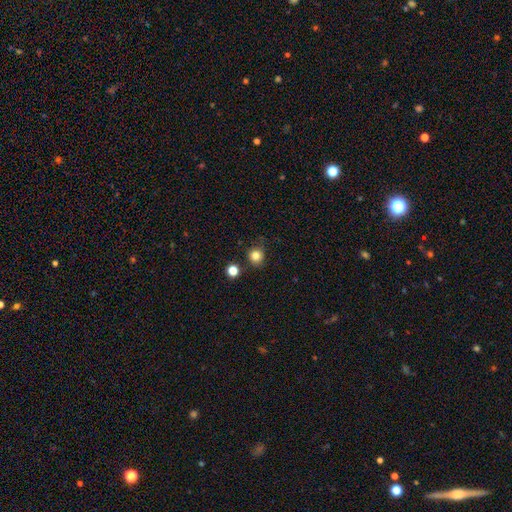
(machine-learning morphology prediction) smooth_or_featured: smooth (p=0.82) [alt: star or artifact p=0.13]
how_rounded: round (p=0.90) [alt: in between p=0.09]
merging: none (p=0.81) [alt: minor disturbance p=0.12]